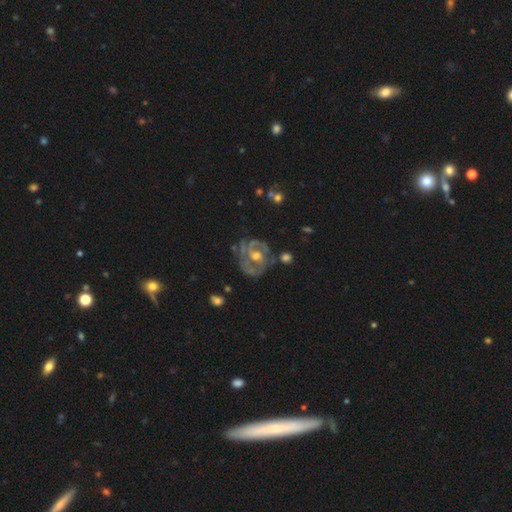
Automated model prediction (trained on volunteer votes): Smooth or featured? Predicted: featured or disk (p=0.83). Edge-on disk? Predicted: no (p=0.97). Bar? Predicted: no (p=0.62). Spiral arms? Predicted: yes (p=0.86). Spiral winding? Predicted: tight (p=0.56). Spiral arm count? Predicted: 2 (p=0.34). Bulge size? Predicted: moderate (p=0.71). Merging? Predicted: none (p=0.62).